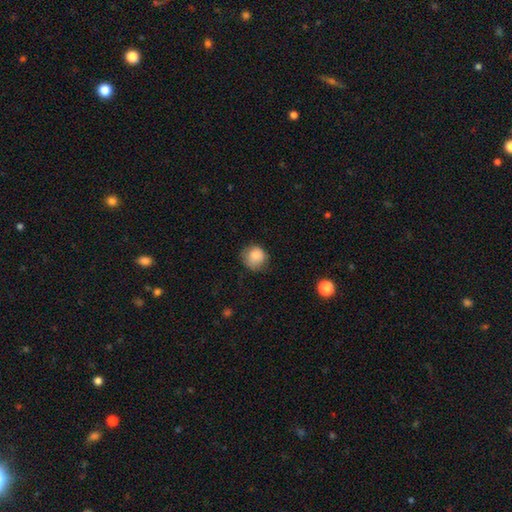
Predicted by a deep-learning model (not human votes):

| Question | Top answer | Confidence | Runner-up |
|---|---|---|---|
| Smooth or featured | smooth | 84% | star or artifact (8%) |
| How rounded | round | 87% | in between (12%) |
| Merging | none | 67% | minor disturbance (25%) |